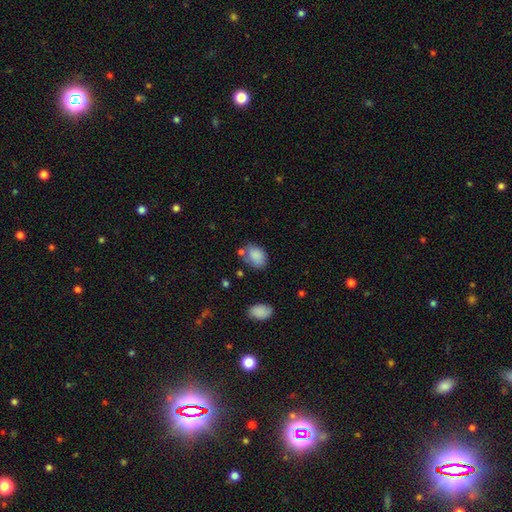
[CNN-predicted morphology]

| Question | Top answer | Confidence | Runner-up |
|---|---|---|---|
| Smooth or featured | smooth | 84% | star or artifact (8%) |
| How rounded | in between | 80% | round (19%) |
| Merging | none | 55% | minor disturbance (26%) |